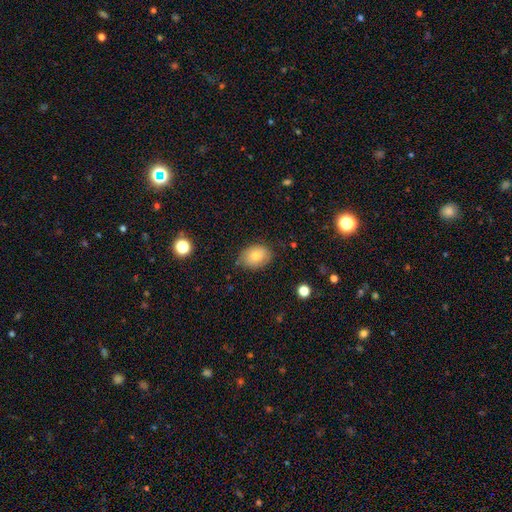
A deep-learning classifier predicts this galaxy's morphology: Smooth or featured? Predicted: smooth (p=0.76). How rounded? Predicted: in between (p=0.74). Merging? Predicted: none (p=0.76).